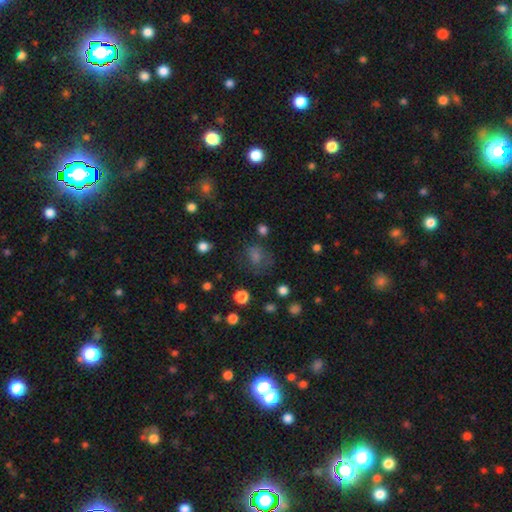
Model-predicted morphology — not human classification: Q: Smooth or featured?
A: smooth (54%); runner-up: star or artifact (32%)
Q: How rounded?
A: round (58%); runner-up: in between (41%)
Q: Merging?
A: none (63%); runner-up: minor disturbance (20%)